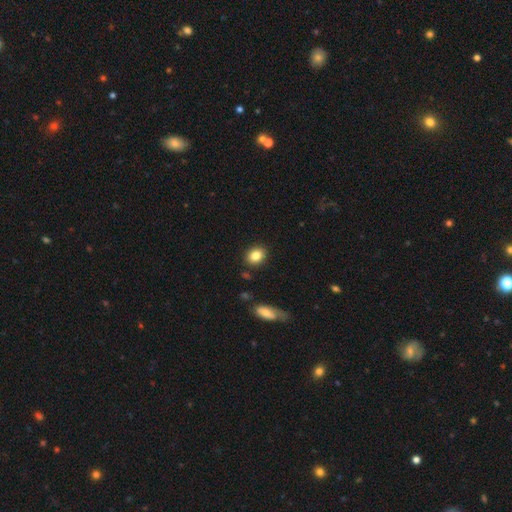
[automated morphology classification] smooth 84%, star or artifact 9%, featured or disk 7%. Down the decision tree: how rounded — in between (51%); merging — none (88%).